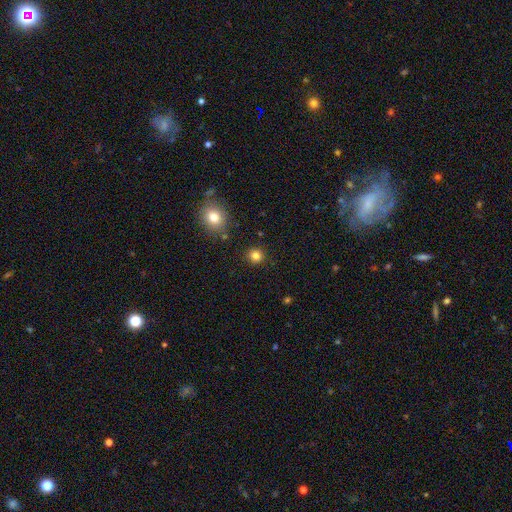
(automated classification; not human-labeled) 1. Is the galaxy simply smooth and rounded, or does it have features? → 82% smooth, 13% star or artifact, 5% featured or disk.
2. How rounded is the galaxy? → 91% round, 8% in between, 1% cigar-shaped.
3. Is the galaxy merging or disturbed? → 90% none, 6% minor disturbance, 2% merger, 2% major disturbance.